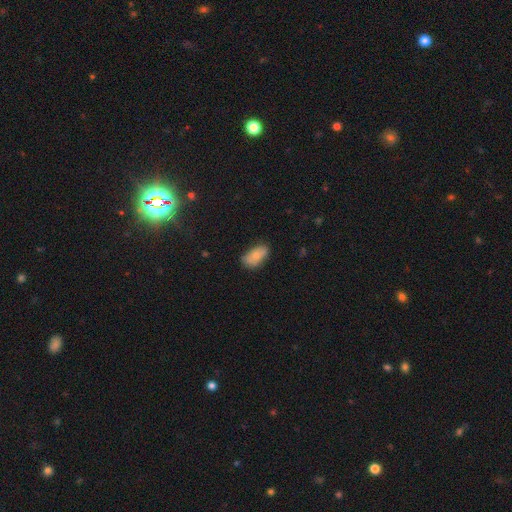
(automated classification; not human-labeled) A smooth galaxy with no disk features (77%) that is in between round and cigar-shaped (92%). Merging: none (67%).